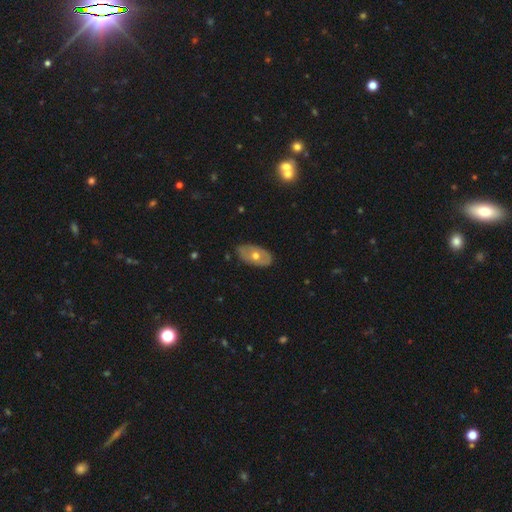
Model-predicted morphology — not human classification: featured or disk 50%, smooth 44%, star or artifact 6%. Down the decision tree: edge-on disk — no (85%); merging — none (80%).